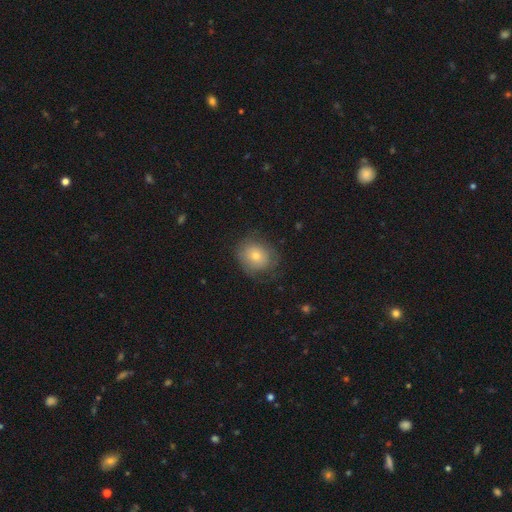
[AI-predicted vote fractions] Smooth or featured: smooth — 64% (featured or disk — 26%)
How rounded: round — 72% (in between — 27%)
Merging: none — 69% (minor disturbance — 20%)